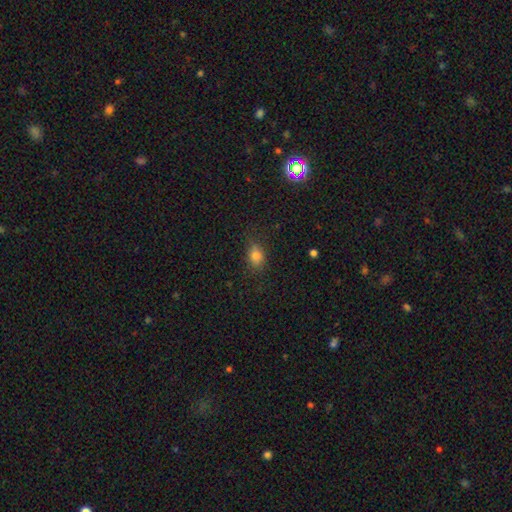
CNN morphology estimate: Q: Smooth or featured?
A: smooth (79%); runner-up: star or artifact (13%)
Q: How rounded?
A: in between (64%); runner-up: round (33%)
Q: Merging?
A: none (73%); runner-up: minor disturbance (20%)